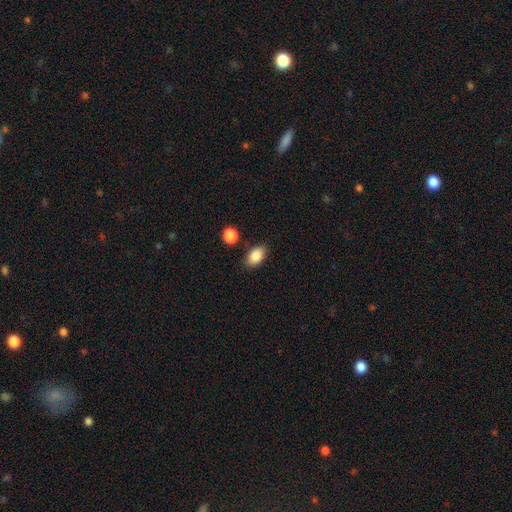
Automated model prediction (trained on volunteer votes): Q: Smooth or featured?
A: smooth (87%); runner-up: star or artifact (8%)
Q: How rounded?
A: in between (89%); runner-up: round (9%)
Q: Merging?
A: none (82%); runner-up: minor disturbance (11%)